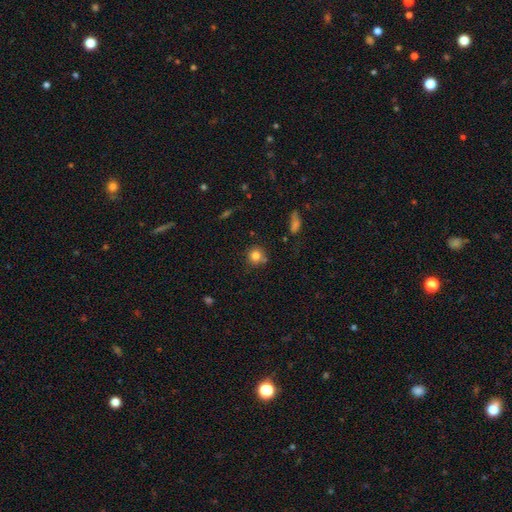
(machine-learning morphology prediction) Smooth or featured? Predicted: smooth (p=0.81). How rounded? Predicted: round (p=0.90). Merging? Predicted: none (p=0.73).